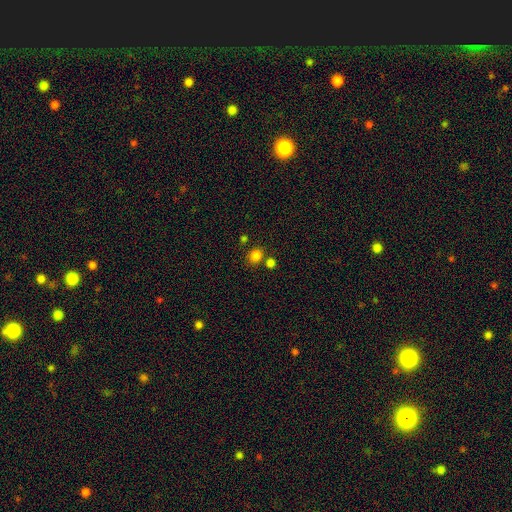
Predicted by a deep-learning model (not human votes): A smooth galaxy with no disk features (83%) that is round (65%).

Vote fractions:
- Smooth or featured? smooth: 83% / star or artifact: 13% / featured or disk: 4%
- How rounded? round: 65% / in between: 34% / cigar-shaped: 1%
- Merging? none: 71% / merger: 16% / minor disturbance: 10% / major disturbance: 3%